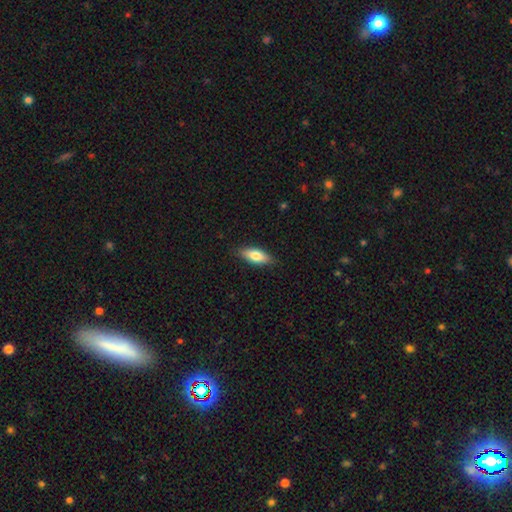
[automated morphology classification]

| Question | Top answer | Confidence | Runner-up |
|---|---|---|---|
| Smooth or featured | smooth | 73% | featured or disk (20%) |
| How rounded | in between | 70% | cigar-shaped (28%) |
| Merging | none | 86% | minor disturbance (11%) |